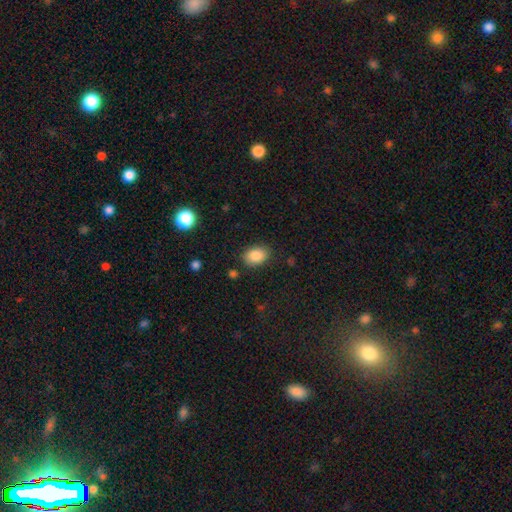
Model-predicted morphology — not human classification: type=smooth (87%); roundness=in between (76%); merging=none (83%).